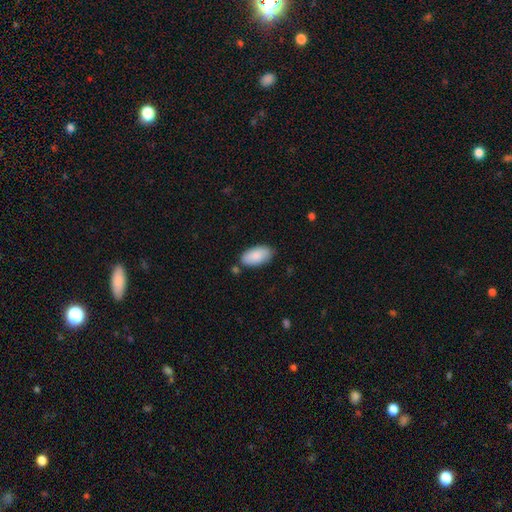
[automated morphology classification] A smooth galaxy with no disk features (88%) that is in between round and cigar-shaped (95%).

Vote fractions:
- Smooth or featured? smooth: 88% / featured or disk: 6% / star or artifact: 6%
- How rounded? in between: 95% / cigar-shaped: 3% / round: 2%
- Merging? none: 77% / minor disturbance: 15% / merger: 5% / major disturbance: 3%